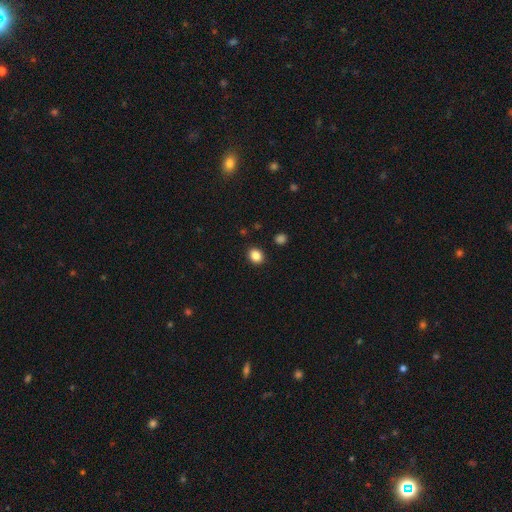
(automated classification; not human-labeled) This is clearly a smooth galaxy (86%). How rounded: likely round (64%). Merging: clearly none (90%).